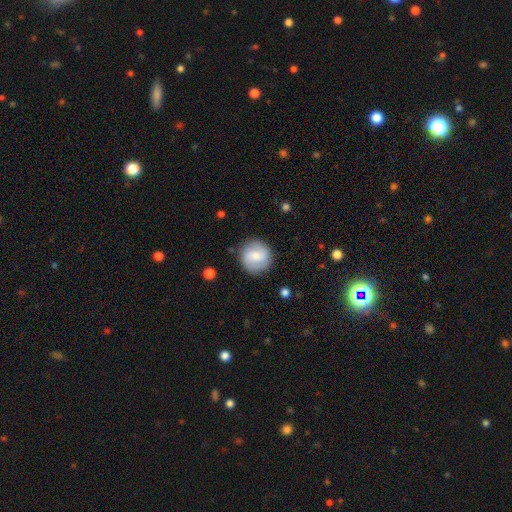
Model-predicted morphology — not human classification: Smooth or featured: smooth — 62% (featured or disk — 32%)
How rounded: round — 93% (in between — 6%)
Merging: none — 86% (minor disturbance — 10%)